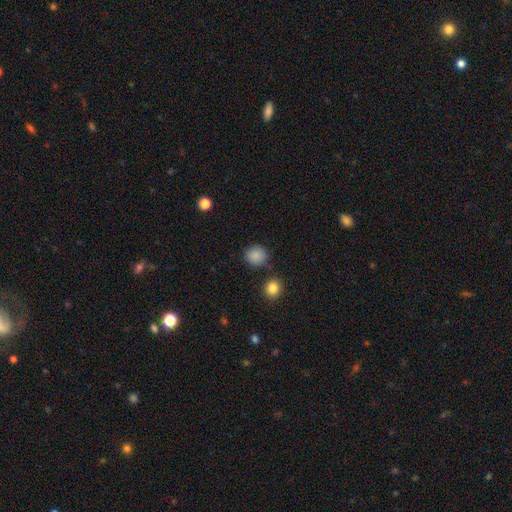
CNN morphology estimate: Smooth or featured?
  - smooth: 87% *
  - star or artifact: 10%
  - featured or disk: 4%
How rounded?
  - round: 89% *
  - in between: 10%
  - cigar-shaped: 1%
Merging?
  - none: 85% *
  - minor disturbance: 9%
  - merger: 4%
  - major disturbance: 3%